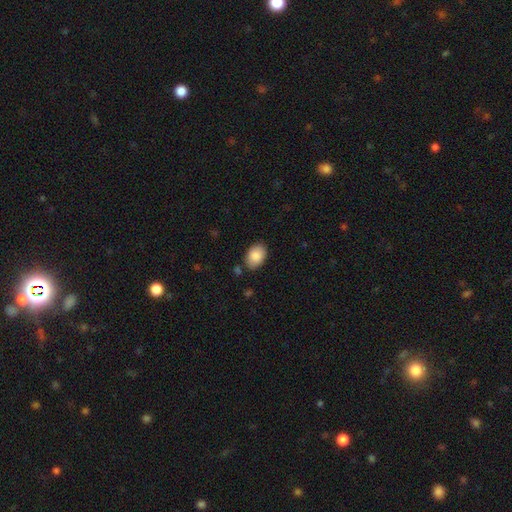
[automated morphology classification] smooth-or-featured: smooth: 88% | star or artifact: 7% | featured or disk: 6%
  how-rounded: in between: 85% | round: 14% | cigar-shaped: 1%
  merging: none: 83% | minor disturbance: 12% | major disturbance: 3% | merger: 2%